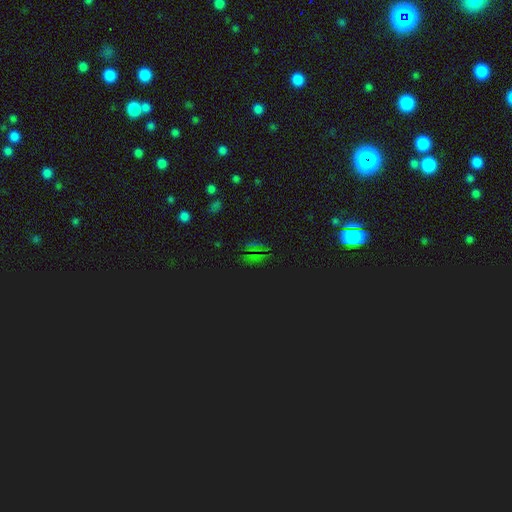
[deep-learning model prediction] Morphology: type=star or artifact (68%).